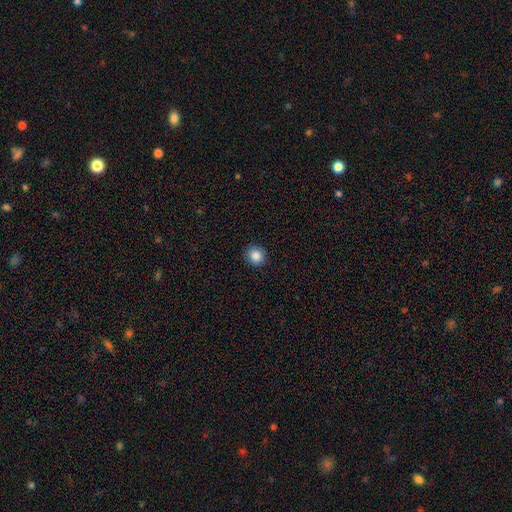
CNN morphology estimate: smooth-or-featured: smooth: 86% | star or artifact: 10% | featured or disk: 4%
  how-rounded: round: 88% | in between: 11% | cigar-shaped: 1%
  merging: none: 92% | minor disturbance: 6% | major disturbance: 2% | merger: 1%